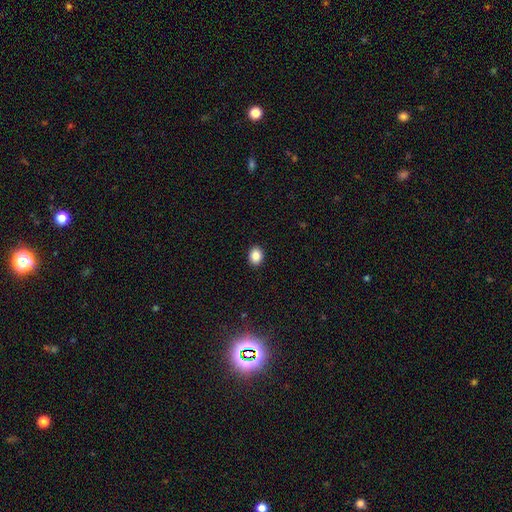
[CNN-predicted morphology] A smooth galaxy with no disk features (87%) that is in between round and cigar-shaped (52%). Merging: none (91%).